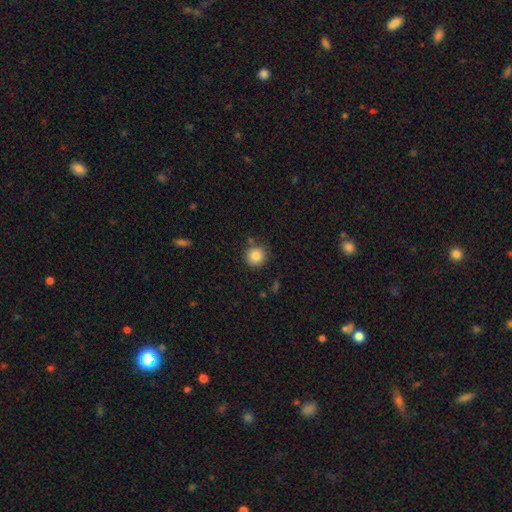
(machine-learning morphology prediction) This is clearly a smooth galaxy (84%). How rounded: clearly round (94%). Merging: clearly none (84%).